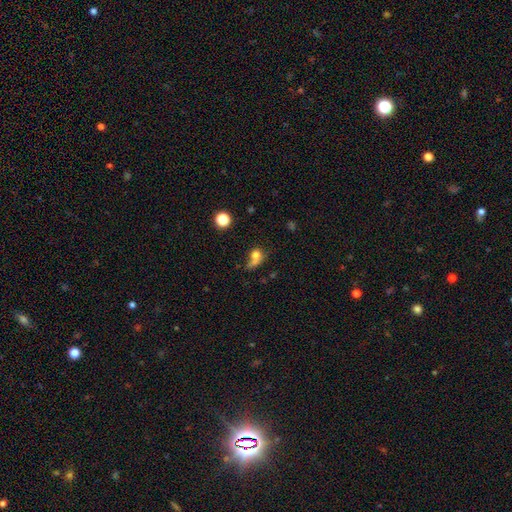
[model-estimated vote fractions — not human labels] Overall: smooth (71%). How rounded: round (65%; in between 32%). Merging: merger (32%; none 30%).